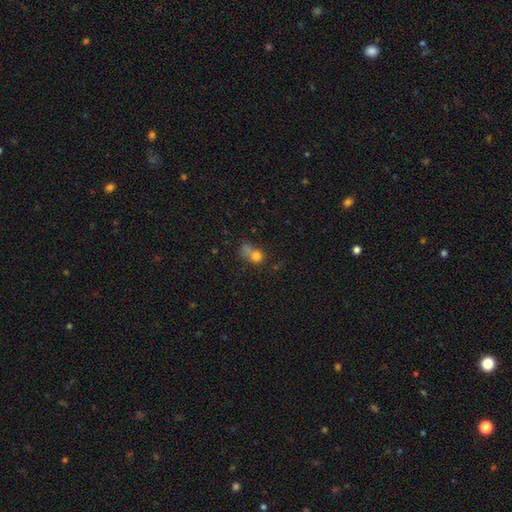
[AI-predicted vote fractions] smooth_or_featured: smooth (p=0.74) [alt: star or artifact p=0.13]
how_rounded: round (p=0.71) [alt: in between p=0.28]
merging: merger (p=0.44) [alt: none p=0.31]